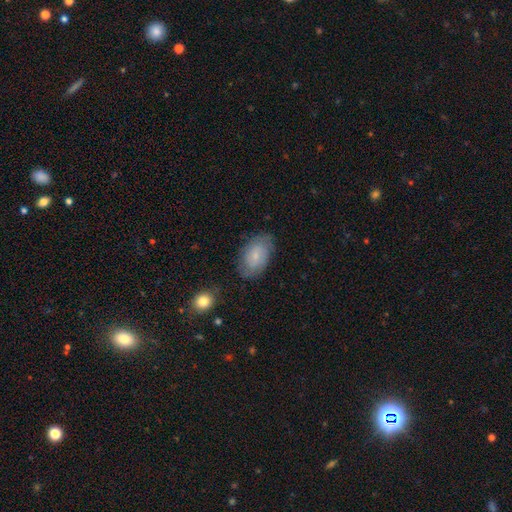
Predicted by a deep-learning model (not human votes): A smooth galaxy with no disk features (54%) that is in between round and cigar-shaped (90%). Merging: none (75%).